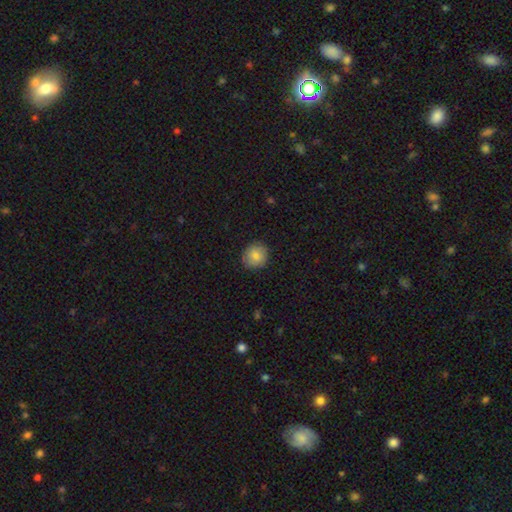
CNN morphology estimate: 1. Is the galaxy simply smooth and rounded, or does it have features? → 82% smooth, 9% featured or disk, 8% star or artifact.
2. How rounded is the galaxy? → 85% round, 14% in between, 1% cigar-shaped.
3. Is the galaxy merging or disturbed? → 88% none, 9% minor disturbance, 2% major disturbance, 1% merger.